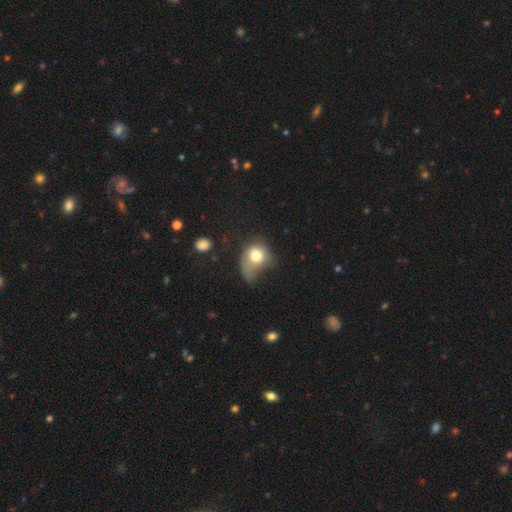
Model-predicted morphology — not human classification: Smooth or featured? smooth (72%)
How rounded? round (56%)
Merging? major disturbance (49%)